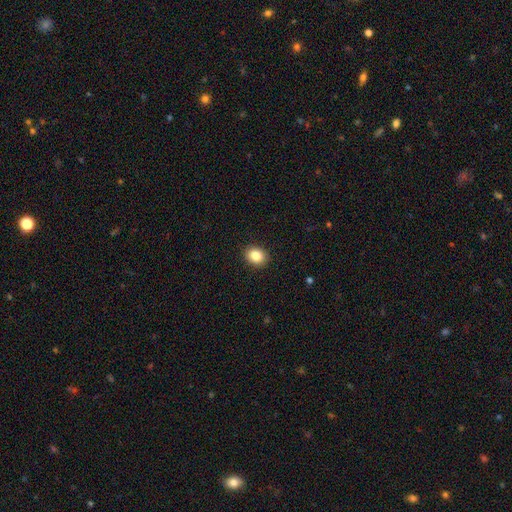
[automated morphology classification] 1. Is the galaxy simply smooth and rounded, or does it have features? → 85% smooth, 9% star or artifact, 6% featured or disk.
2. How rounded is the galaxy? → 50% in between, 49% round, 1% cigar-shaped.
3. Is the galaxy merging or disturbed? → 91% none, 6% minor disturbance, 2% major disturbance, 1% merger.